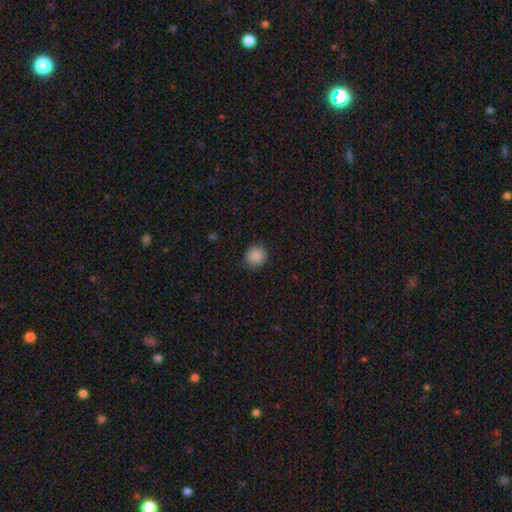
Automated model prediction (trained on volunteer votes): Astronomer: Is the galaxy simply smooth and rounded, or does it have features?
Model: smooth — 88%.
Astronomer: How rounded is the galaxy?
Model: round — 89%.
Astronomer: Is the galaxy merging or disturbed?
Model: none — 87%.